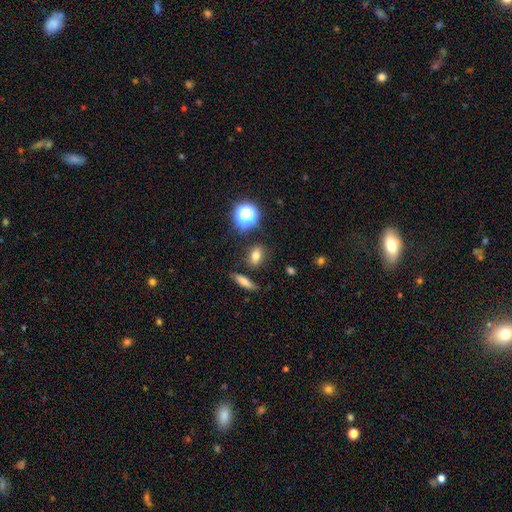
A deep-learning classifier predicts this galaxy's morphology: smooth-or-featured: smooth: 73% | star or artifact: 17% | featured or disk: 10%
  how-rounded: in between: 61% | round: 33% | cigar-shaped: 5%
  merging: none: 82% | minor disturbance: 11% | merger: 4% | major disturbance: 3%